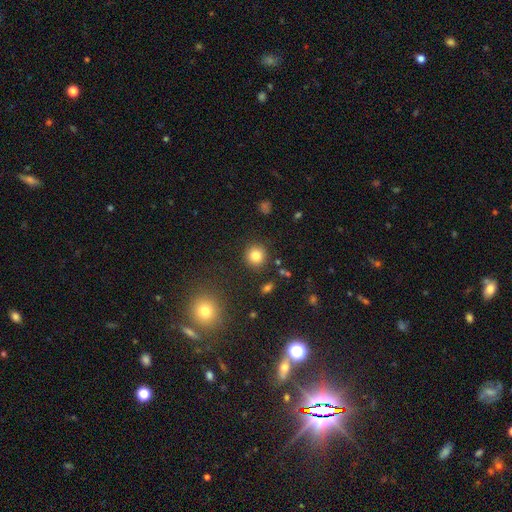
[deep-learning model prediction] smooth_or_featured: smooth (p=0.82) [alt: star or artifact p=0.12]
how_rounded: round (p=0.92) [alt: in between p=0.07]
merging: none (p=0.89) [alt: minor disturbance p=0.06]